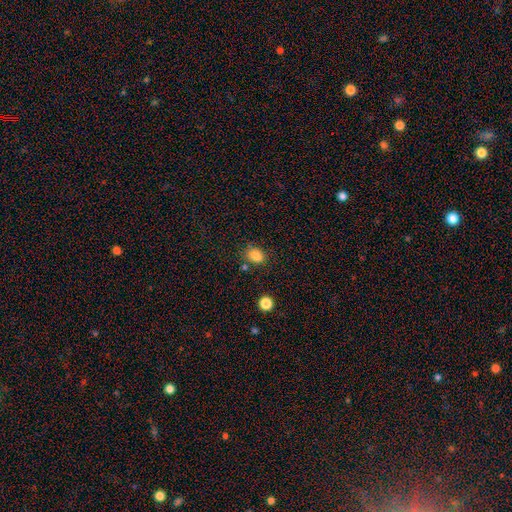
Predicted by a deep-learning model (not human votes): Smooth or featured? smooth (84%)
How rounded? in between (58%)
Merging? none (72%)